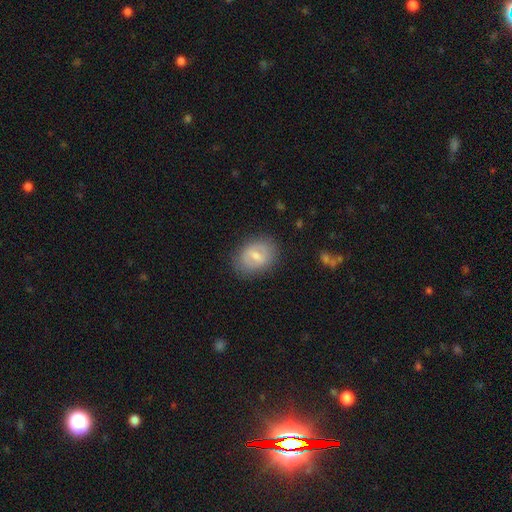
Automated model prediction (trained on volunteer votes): A smooth galaxy with no disk features (47%).

Vote fractions:
- Smooth or featured? smooth: 47% / featured or disk: 46% / star or artifact: 7%
- Merging? none: 79% / minor disturbance: 14% / major disturbance: 5% / merger: 1%